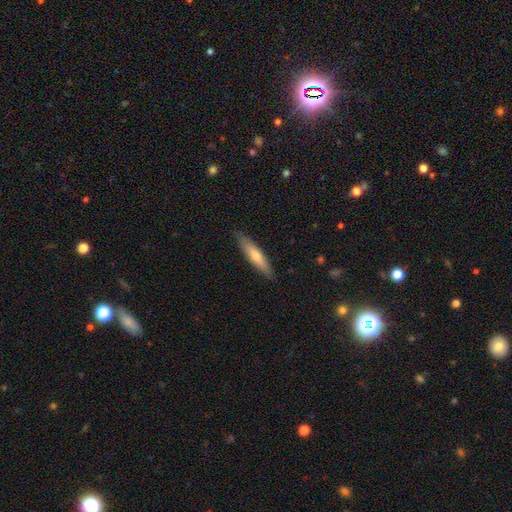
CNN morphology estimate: smooth 56%, featured or disk 38%, star or artifact 6%. Down the decision tree: how rounded — cigar-shaped (84%); merging — none (88%).